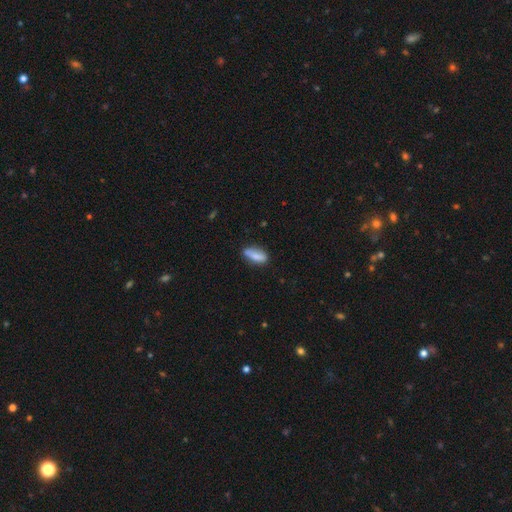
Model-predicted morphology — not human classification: Smooth or featured? Predicted: smooth (p=0.79). How rounded? Predicted: in between (p=0.67). Merging? Predicted: none (p=0.72).